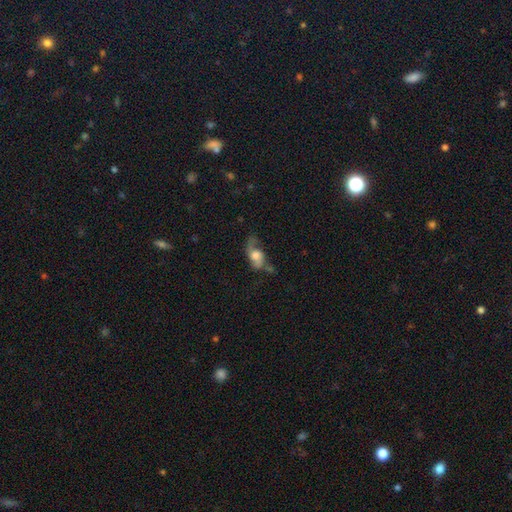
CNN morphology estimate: This is possibly a featured or disk galaxy (49%). Merging: marginally none (38%).